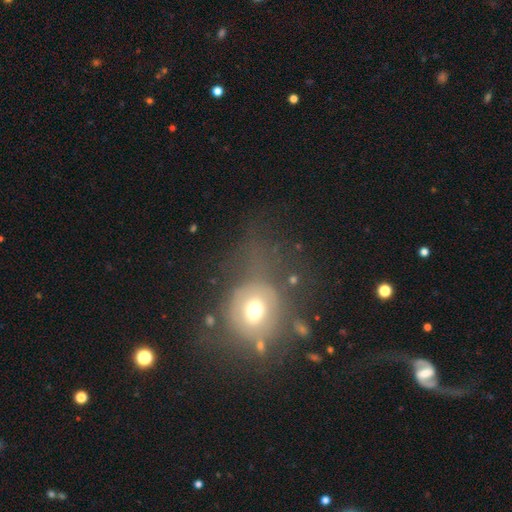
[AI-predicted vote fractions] A smooth galaxy with no disk features (51%) that is round (74%). Merging: none (40%).